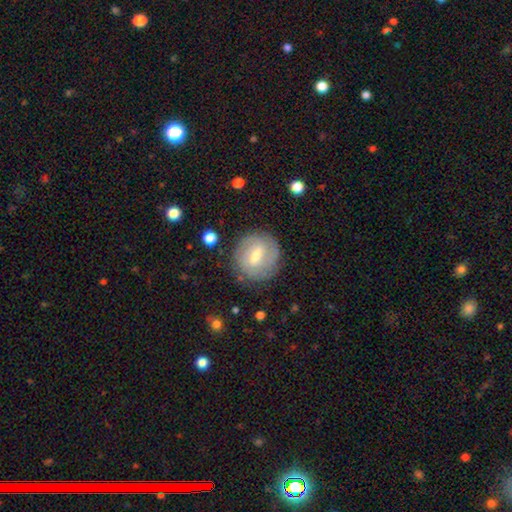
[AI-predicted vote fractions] featured or disk 68%, smooth 25%, star or artifact 7%. Down the decision tree: edge-on disk — no (96%); bar — weak (60%); spiral arms — yes (82%); spiral arm count — 2 (42%); spiral winding — tight (64%); bulge size — moderate (53%); merging — none (82%).